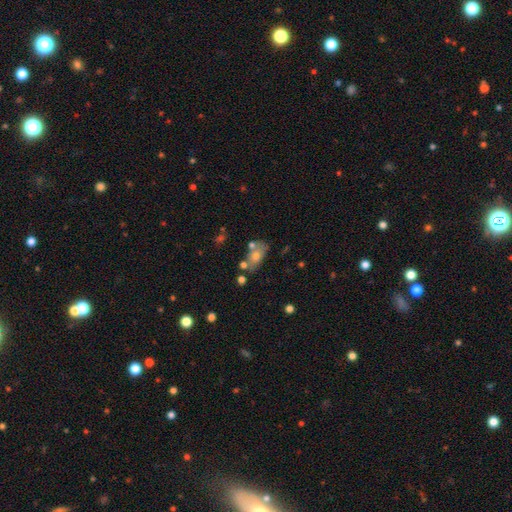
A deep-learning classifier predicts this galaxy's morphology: The model was most divided on "merging": none: 51%, merger: 22%, minor disturbance: 19%, major disturbance: 8%. More confident: how rounded — in between (84%); smooth or featured — smooth (62%).